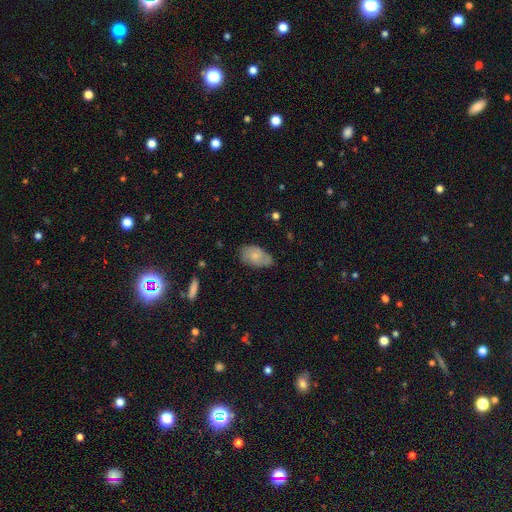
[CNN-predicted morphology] smooth 71%, featured or disk 22%, star or artifact 7%. Down the decision tree: how rounded — in between (93%); merging — none (61%).